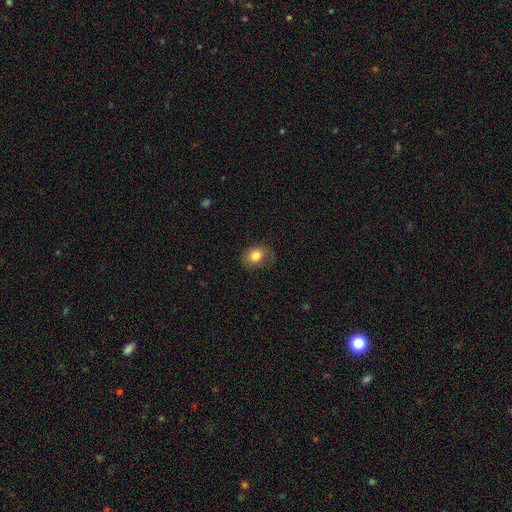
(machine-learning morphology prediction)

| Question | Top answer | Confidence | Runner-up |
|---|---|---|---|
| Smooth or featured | smooth | 80% | featured or disk (10%) |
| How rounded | in between | 51% | round (48%) |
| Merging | none | 70% | minor disturbance (21%) |